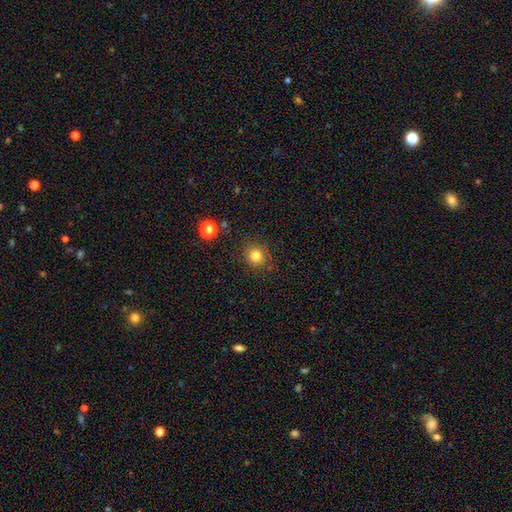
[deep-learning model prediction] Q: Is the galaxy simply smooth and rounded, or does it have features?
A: smooth — 81%.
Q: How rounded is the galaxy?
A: round — 88%.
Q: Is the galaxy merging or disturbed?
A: none — 87%.